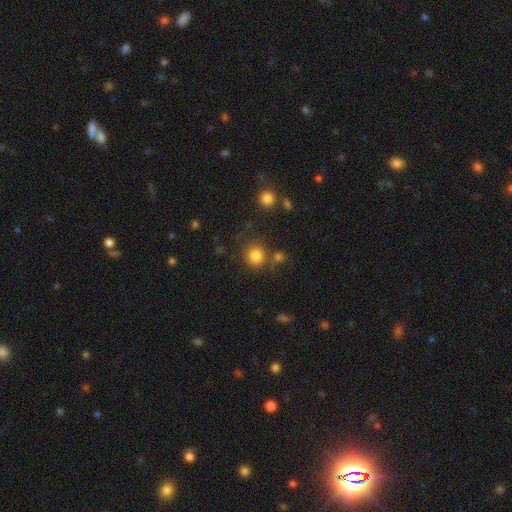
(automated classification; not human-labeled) Smooth or featured? Predicted: smooth (p=0.82). How rounded? Predicted: round (p=0.90). Merging? Predicted: none (p=0.75).